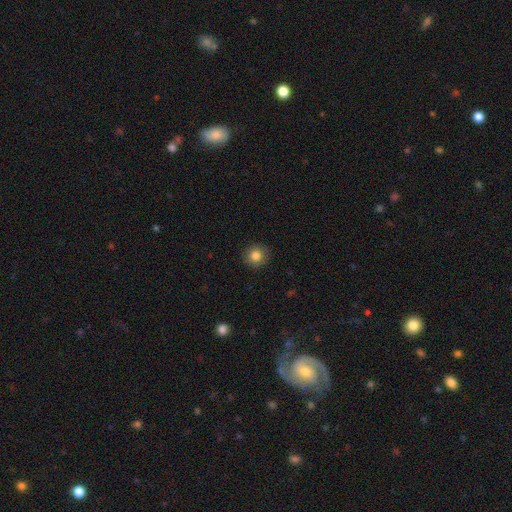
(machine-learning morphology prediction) The model was most divided on "smooth or featured": smooth: 83%, star or artifact: 10%, featured or disk: 7%. More confident: how rounded — round (92%); merging — none (91%).